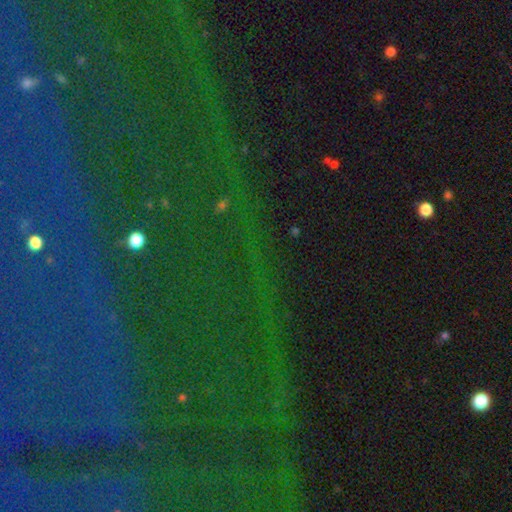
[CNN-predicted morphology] smooth-or-featured: star or artifact: 83% | smooth: 9% | featured or disk: 9%